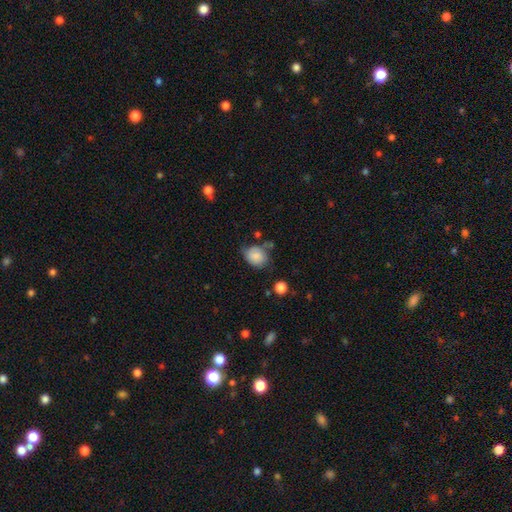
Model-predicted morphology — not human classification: A smooth galaxy with no disk features (80%) that is round (52%).

Vote fractions:
- Smooth or featured? smooth: 80% / featured or disk: 12% / star or artifact: 8%
- How rounded? round: 52% / in between: 47% / cigar-shaped: 1%
- Merging? none: 52% / minor disturbance: 31% / major disturbance: 10% / merger: 7%